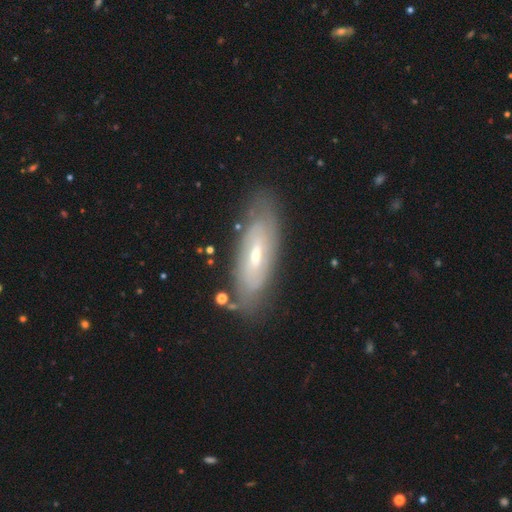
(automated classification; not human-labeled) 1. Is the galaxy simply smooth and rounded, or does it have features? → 66% featured or disk, 26% smooth, 7% star or artifact.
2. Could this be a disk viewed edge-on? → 77% no, 23% yes.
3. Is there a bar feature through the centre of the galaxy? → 48% no, 39% weak, 13% strong.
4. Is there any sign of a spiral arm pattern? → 60% yes, 40% no.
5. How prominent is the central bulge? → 53% small, 43% moderate, 2% large, 1% none, 1% dominant.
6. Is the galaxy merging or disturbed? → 80% none, 14% minor disturbance, 4% major disturbance, 2% merger.